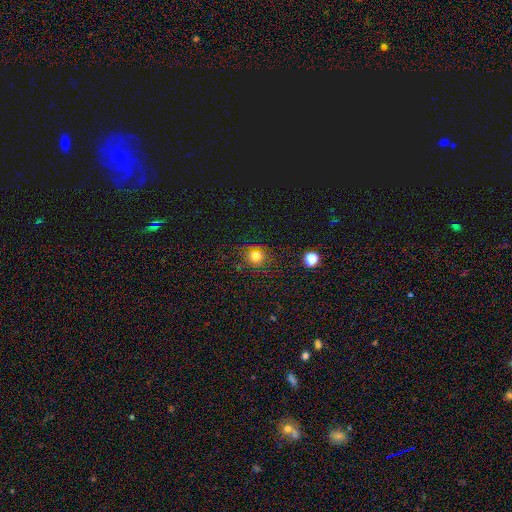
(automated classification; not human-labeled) smooth-or-featured: smooth: 70% | star or artifact: 22% | featured or disk: 8%
  how-rounded: round: 87% | in between: 12% | cigar-shaped: 1%
  merging: none: 84% | minor disturbance: 10% | major disturbance: 4% | merger: 2%